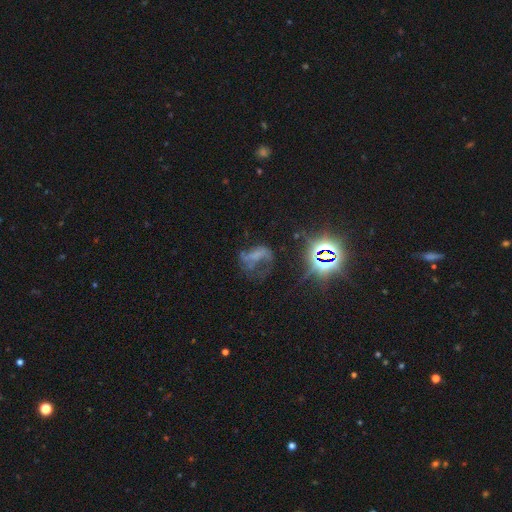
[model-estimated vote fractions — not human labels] The model was most divided on "smooth or featured": featured or disk: 41%, star or artifact: 36%, smooth: 24%. Remaining: merging — major disturbance (44%).